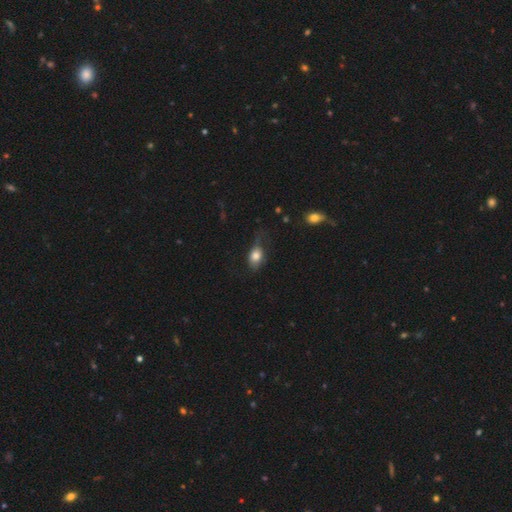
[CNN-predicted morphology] Smooth or featured: smooth — 77% (featured or disk — 15%)
How rounded: in between — 79% (round — 18%)
Merging: none — 41% (minor disturbance — 34%)